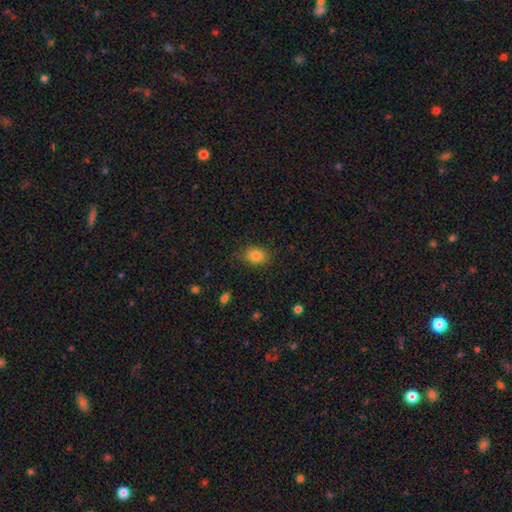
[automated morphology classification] type=smooth (84%); roundness=in between (66%); merging=none (83%).